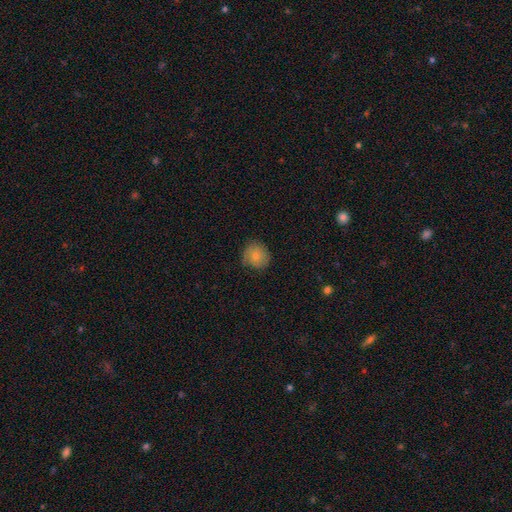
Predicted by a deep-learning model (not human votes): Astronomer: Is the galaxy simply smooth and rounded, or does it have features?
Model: smooth — 77%.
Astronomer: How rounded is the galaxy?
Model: round — 89%.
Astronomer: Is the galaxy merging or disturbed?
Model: none — 77%.